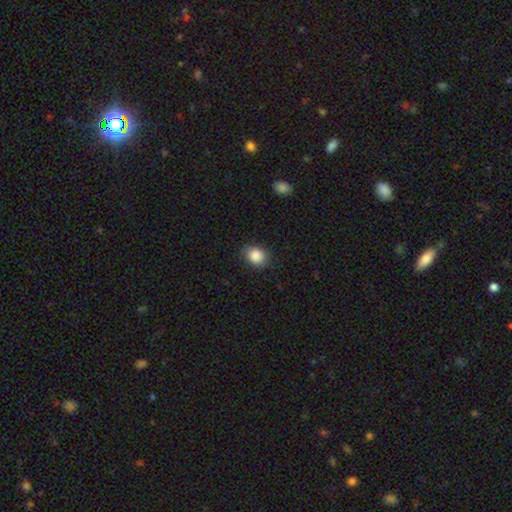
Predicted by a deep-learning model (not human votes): smooth-or-featured: smooth: 88% | star or artifact: 8% | featured or disk: 4%
  how-rounded: round: 54% | in between: 45% | cigar-shaped: 1%
  merging: none: 82% | minor disturbance: 14% | major disturbance: 3% | merger: 1%